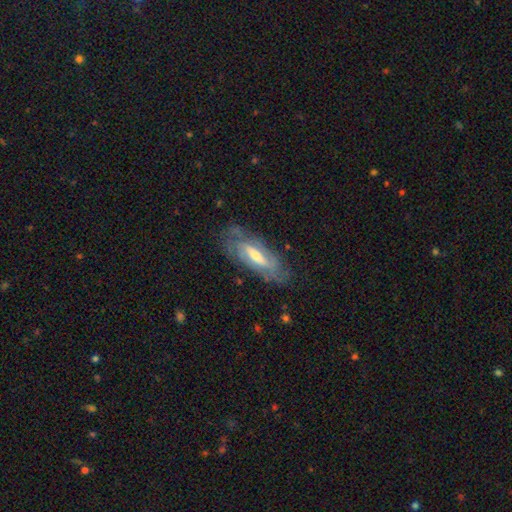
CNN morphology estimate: Smooth or featured?
  - featured or disk: 74% *
  - smooth: 21%
  - star or artifact: 6%
Edge-on disk?
  - no: 81% *
  - yes: 19%
Bar?
  - weak: 41% *
  - strong: 36%
  - no: 23%
Spiral arms?
  - yes: 81% *
  - no: 19%
Bulge size?
  - moderate: 54% *
  - small: 36%
  - large: 7%
  - none: 2%
  - dominant: 1%
Merging?
  - none: 73% *
  - minor disturbance: 18%
  - major disturbance: 7%
  - merger: 1%